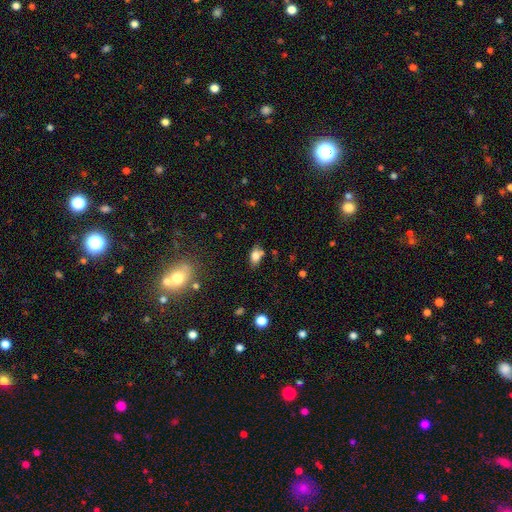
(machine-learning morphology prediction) A smooth galaxy with no disk features (79%) that is in between round and cigar-shaped (86%).

Vote fractions:
- Smooth or featured? smooth: 79% / featured or disk: 11% / star or artifact: 10%
- How rounded? in between: 86% / round: 11% / cigar-shaped: 3%
- Merging? none: 66% / minor disturbance: 18% / merger: 11% / major disturbance: 4%